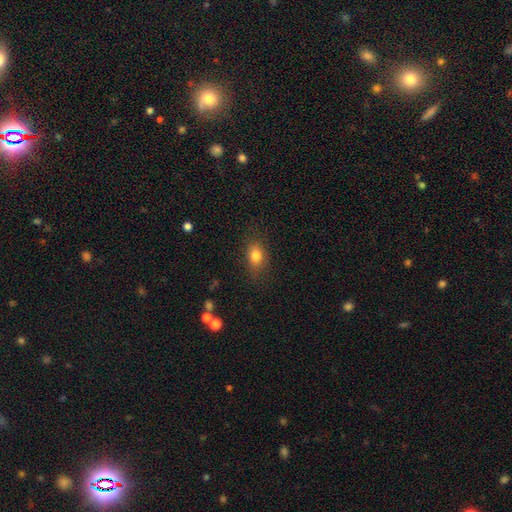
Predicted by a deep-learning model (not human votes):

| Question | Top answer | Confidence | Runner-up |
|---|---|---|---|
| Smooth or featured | smooth | 80% | star or artifact (11%) |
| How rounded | in between | 71% | round (26%) |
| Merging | none | 77% | minor disturbance (16%) |